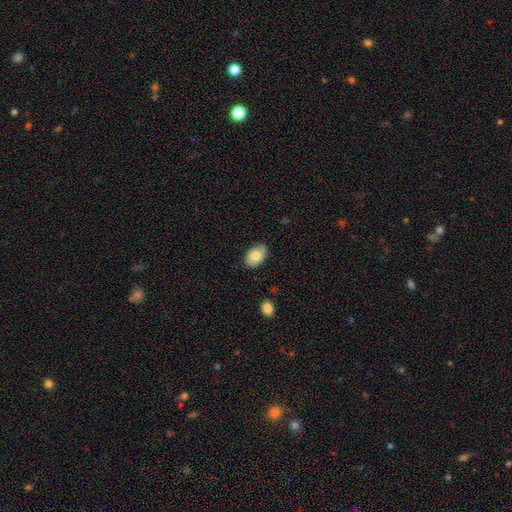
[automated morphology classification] A smooth galaxy with no disk features (78%) that is in between round and cigar-shaped (90%).

Vote fractions:
- Smooth or featured? smooth: 78% / featured or disk: 15% / star or artifact: 6%
- How rounded? in between: 90% / round: 8% / cigar-shaped: 1%
- Merging? none: 85% / minor disturbance: 12% / major disturbance: 2% / merger: 1%